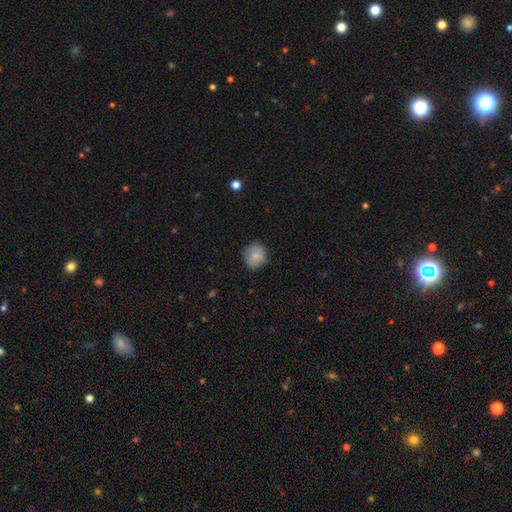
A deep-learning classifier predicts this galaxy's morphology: Smooth or featured? smooth (84%)
How rounded? round (82%)
Merging? none (81%)